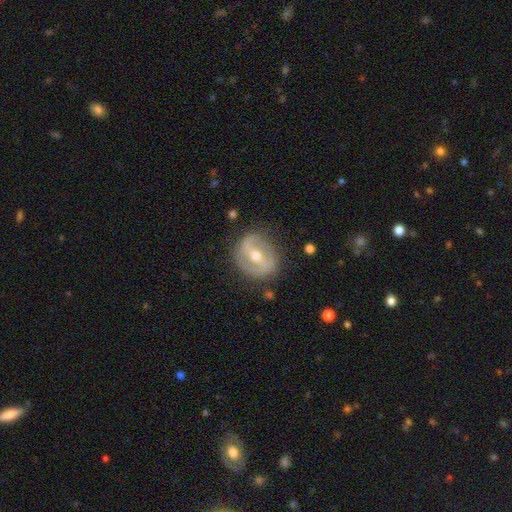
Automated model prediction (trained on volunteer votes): Smooth or featured: featured or disk — 73% (smooth — 22%)
Edge-on disk: no — 95% (yes — 5%)
Bar: strong — 48% (weak — 36%)
Spiral arms: yes — 61% (no — 39%)
Bulge size: moderate — 69% (small — 26%)
Merging: none — 79% (minor disturbance — 14%)